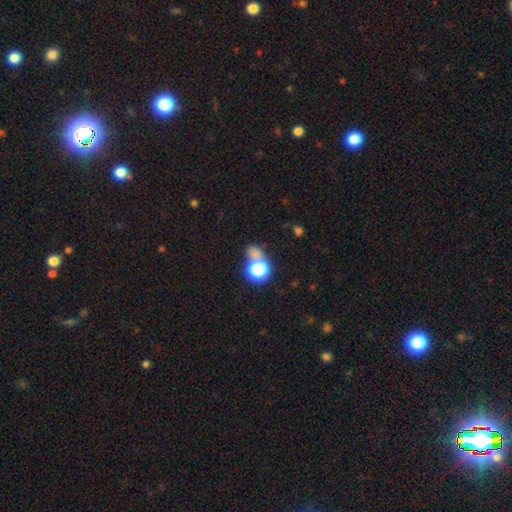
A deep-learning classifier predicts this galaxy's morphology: This is possibly a smooth galaxy (59%). How rounded: likely round (69%). Merging: possibly none (46%).